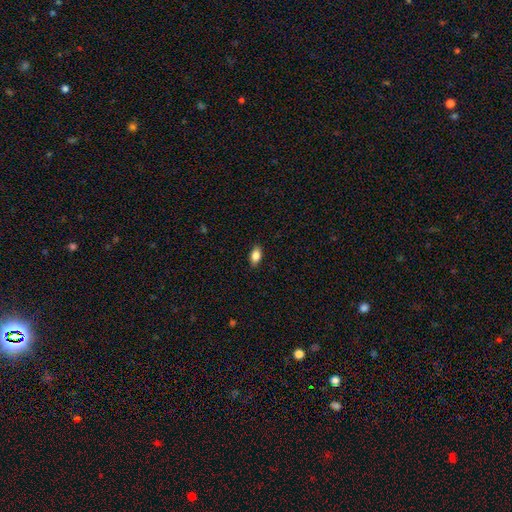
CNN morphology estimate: A smooth galaxy with no disk features (85%) that is in between round and cigar-shaped (90%). Merging: none (88%).